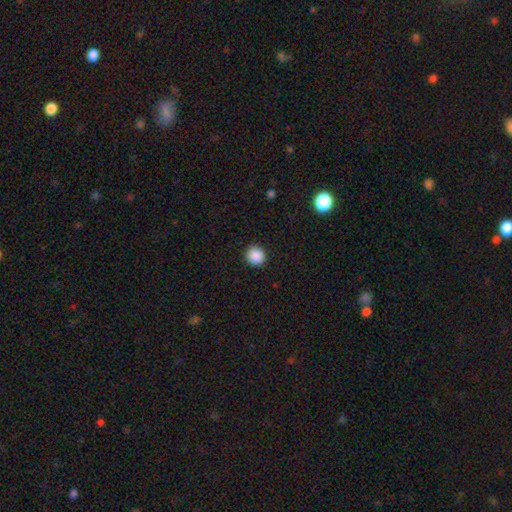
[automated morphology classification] Smooth or featured: smooth — 88% (star or artifact — 9%)
How rounded: round — 93% (in between — 6%)
Merging: none — 92% (minor disturbance — 5%)